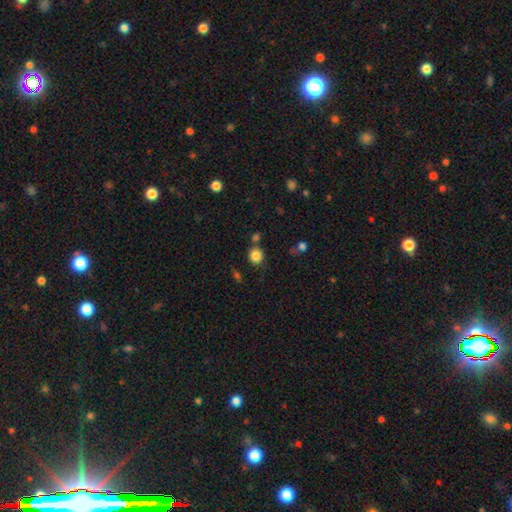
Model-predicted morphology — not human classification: smooth 84%, star or artifact 11%, featured or disk 5%. Down the decision tree: how rounded — round (81%); merging — none (77%).